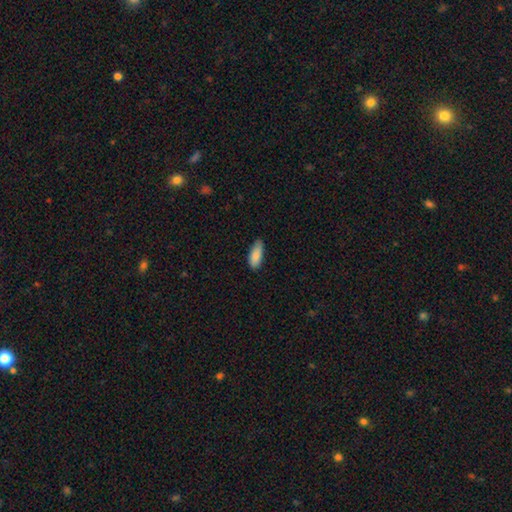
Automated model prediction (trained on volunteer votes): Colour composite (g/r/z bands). It shows a smooth galaxy with no disk features (88%) that is in between round and cigar-shaped (77%). Merging: none (76%).